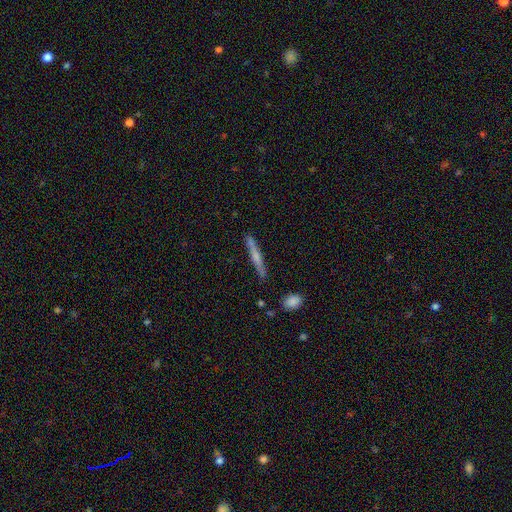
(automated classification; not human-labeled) Q: Smooth or featured?
A: smooth (49%); runner-up: featured or disk (45%)
Q: Merging?
A: none (83%); runner-up: minor disturbance (11%)